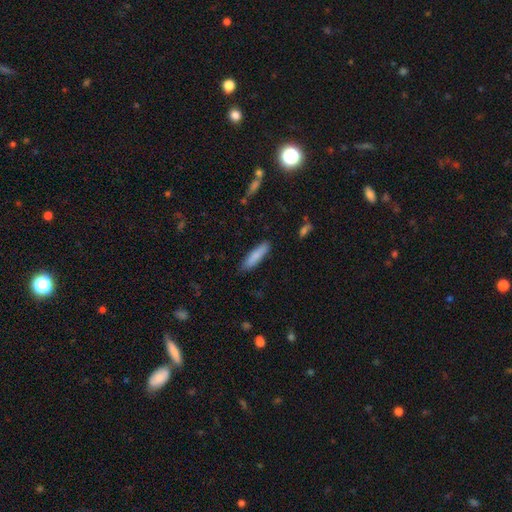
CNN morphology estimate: Smooth or featured: smooth — 85% (featured or disk — 9%)
How rounded: cigar-shaped — 73% (in between — 25%)
Merging: none — 85% (minor disturbance — 12%)